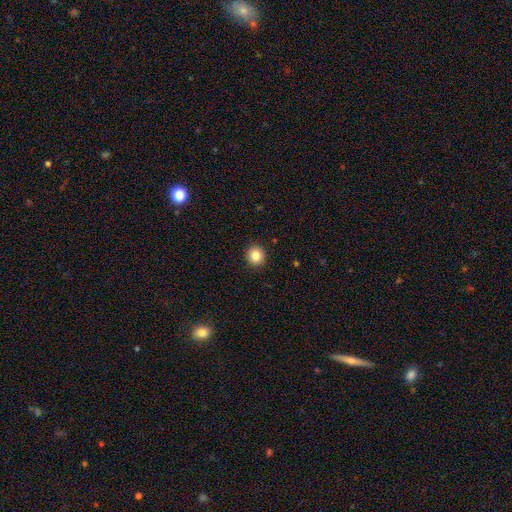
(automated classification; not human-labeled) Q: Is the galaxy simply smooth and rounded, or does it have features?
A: smooth — 84%.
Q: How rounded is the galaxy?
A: round — 92%.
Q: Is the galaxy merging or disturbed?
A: none — 93%.